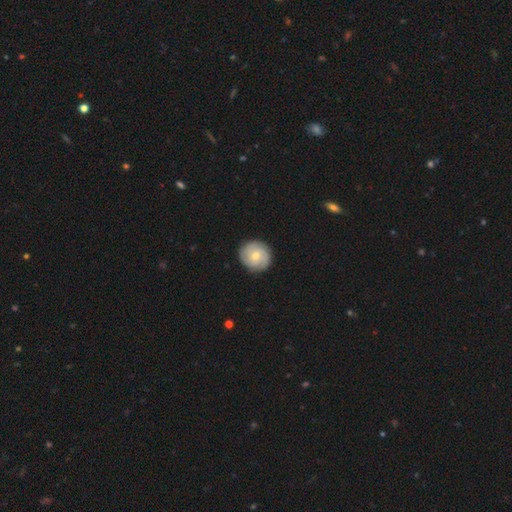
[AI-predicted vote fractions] A featured or disk galaxy (55%) with no bar (70%), spiral arms (83%) and a moderate central bulge (49%).

Vote fractions:
- Smooth or featured? featured or disk: 55% / smooth: 39% / star or artifact: 6%
- Edge-on disk? no: 98% / yes: 2%
- Bar? no: 70% / weak: 25% / strong: 4%
- Spiral arms? yes: 83% / no: 17%
- Bulge size? moderate: 49% / small: 48% / large: 2% / none: 1% / dominant: 1%
- Merging? none: 87% / minor disturbance: 10% / major disturbance: 2% / merger: 1%